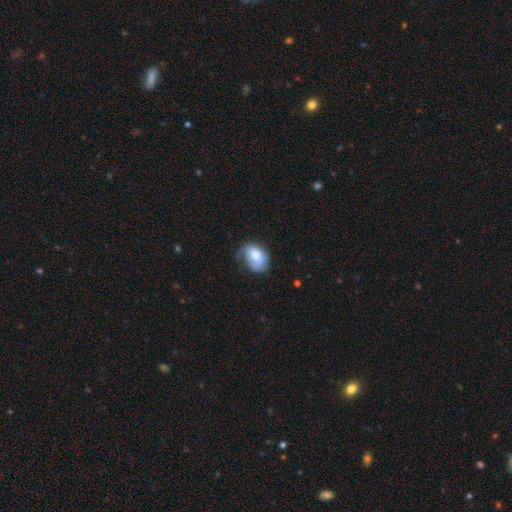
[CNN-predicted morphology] smooth_or_featured: smooth (p=0.70) [alt: featured or disk p=0.22]
how_rounded: in between (p=0.79) [alt: round p=0.20]
merging: minor disturbance (p=0.39) [tied with: none p=0.39]